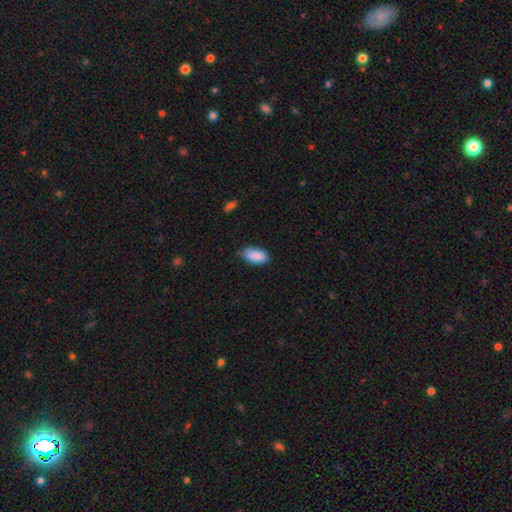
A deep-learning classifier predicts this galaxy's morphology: A smooth galaxy with no disk features (89%) that is in between round and cigar-shaped (92%).

Vote fractions:
- Smooth or featured? smooth: 89% / star or artifact: 6% / featured or disk: 5%
- How rounded? in between: 92% / cigar-shaped: 6% / round: 2%
- Merging? none: 73% / minor disturbance: 22% / major disturbance: 3% / merger: 1%